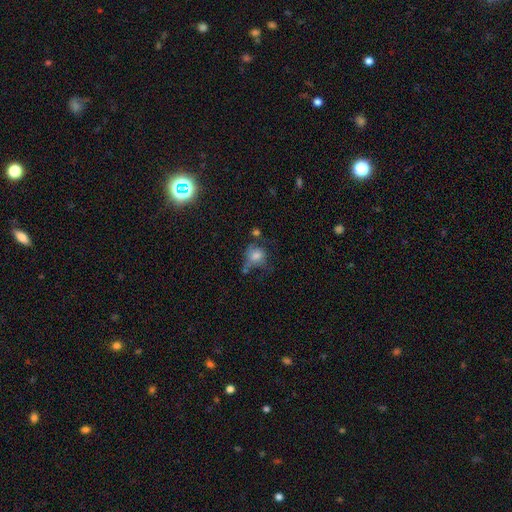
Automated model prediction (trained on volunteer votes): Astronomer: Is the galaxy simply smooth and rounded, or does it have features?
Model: smooth — 68%.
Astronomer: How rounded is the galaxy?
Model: round — 71%.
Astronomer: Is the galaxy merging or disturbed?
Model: none — 45% (runner-up: minor disturbance, 25%).